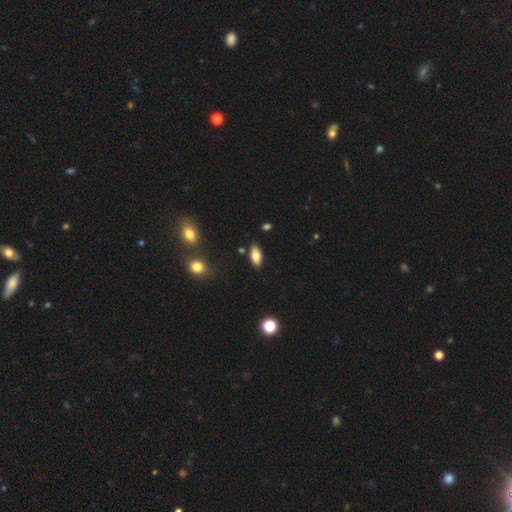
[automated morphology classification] Smooth or featured? Predicted: smooth (p=0.81). How rounded? Predicted: in between (p=0.90). Merging? Predicted: none (p=0.86).